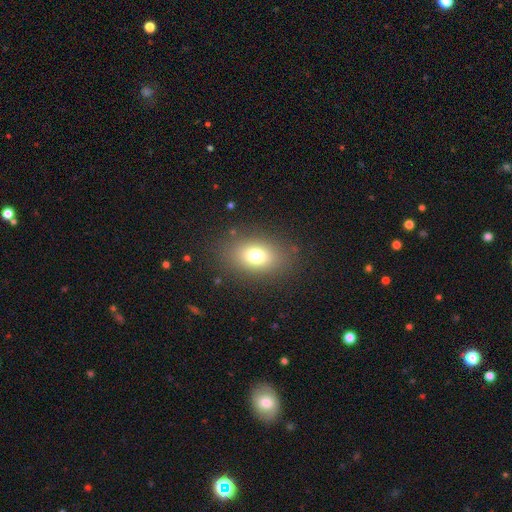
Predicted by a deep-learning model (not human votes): A smooth galaxy with no disk features (75%) that is in between round and cigar-shaped (77%). Merging: none (83%).